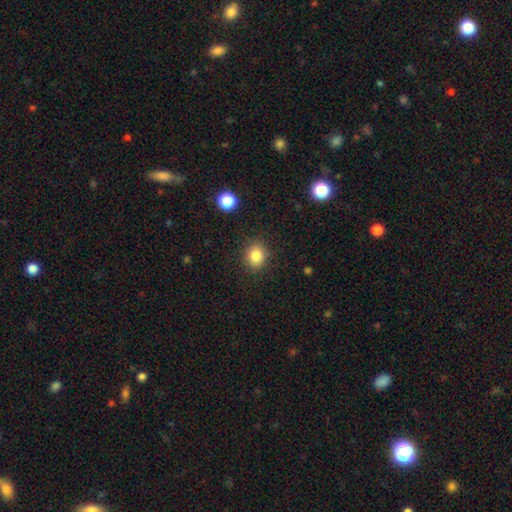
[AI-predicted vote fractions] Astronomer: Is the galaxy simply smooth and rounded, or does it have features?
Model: smooth — 83%.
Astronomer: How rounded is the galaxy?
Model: round — 71%.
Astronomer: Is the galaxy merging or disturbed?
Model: none — 87%.